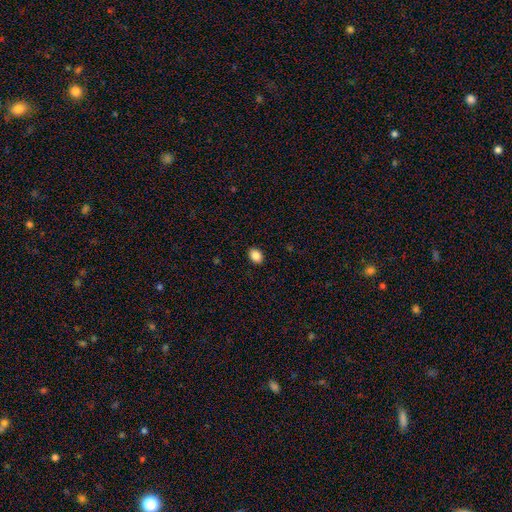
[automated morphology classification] Overall: smooth (86%). How rounded: in between (74%). Merging: none (90%).